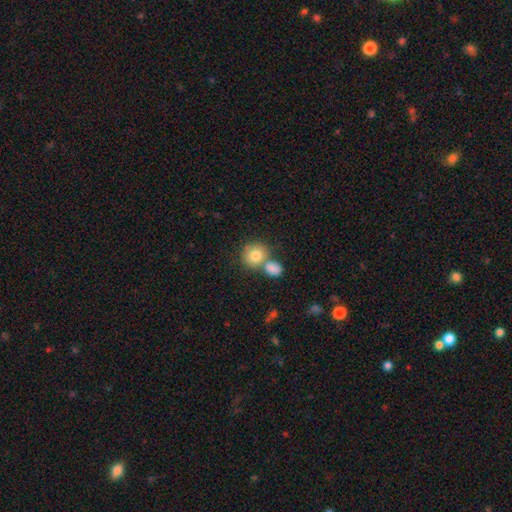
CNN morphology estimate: Smooth or featured?
  - smooth: 81% *
  - featured or disk: 11%
  - star or artifact: 9%
How rounded?
  - round: 80% *
  - in between: 19%
  - cigar-shaped: 1%
Merging?
  - none: 45% *
  - merger: 42%
  - minor disturbance: 9%
  - major disturbance: 4%